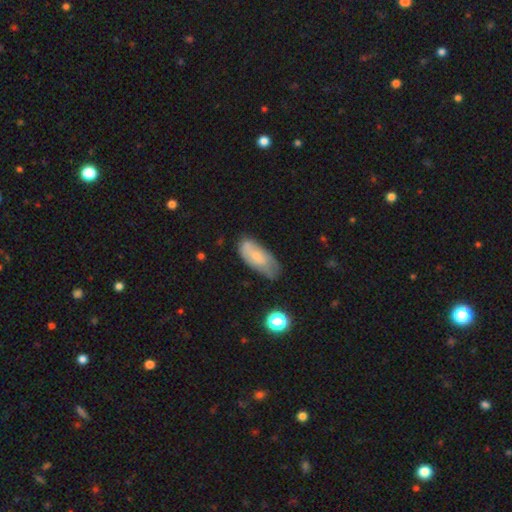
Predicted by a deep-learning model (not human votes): Smooth or featured? smooth (60%)
How rounded? in between (85%)
Merging? none (53%)